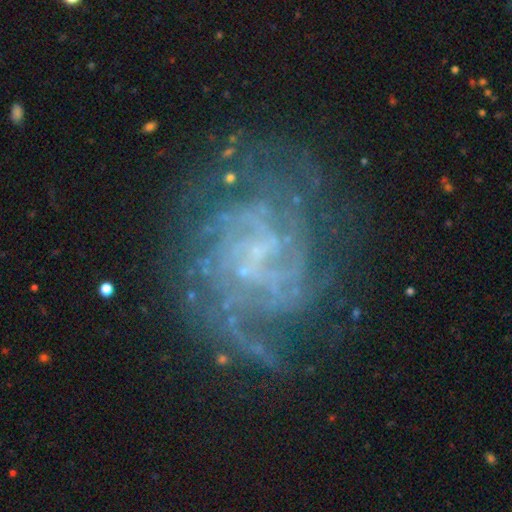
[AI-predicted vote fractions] smooth_or_featured: featured or disk (p=0.82) [alt: star or artifact p=0.11]
disk_edge_on: no (p=0.98) [alt: yes p=0.02]
bar: no (p=0.56) [alt: weak p=0.35]
has_spiral_arms: yes (p=0.92) [alt: no p=0.08]
spiral_winding: tight (p=0.52) [alt: medium p=0.34]
spiral_arm_count: can't tell (p=0.38) [alt: 4 p=0.15]
bulge_size: small (p=0.57) [alt: none p=0.34]
merging: none (p=0.67) [alt: minor disturbance p=0.16]